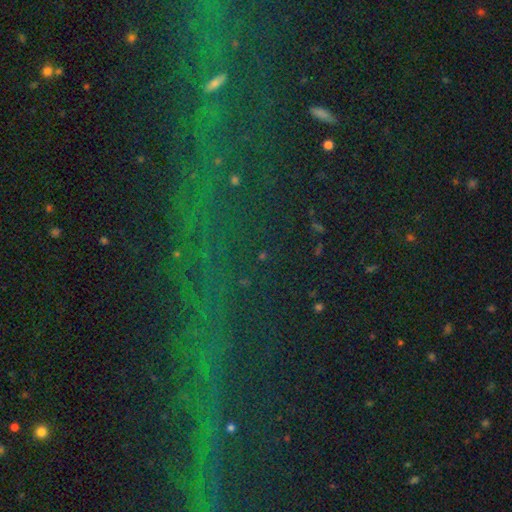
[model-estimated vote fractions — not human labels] Smooth or featured?
  - star or artifact: 76% *
  - smooth: 13%
  - featured or disk: 11%